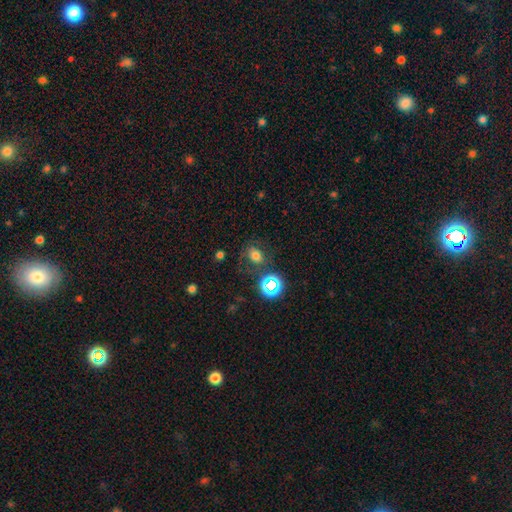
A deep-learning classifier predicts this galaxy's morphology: This is likely a smooth galaxy (64%). How rounded: possibly in between (50%). Merging: likely none (67%).